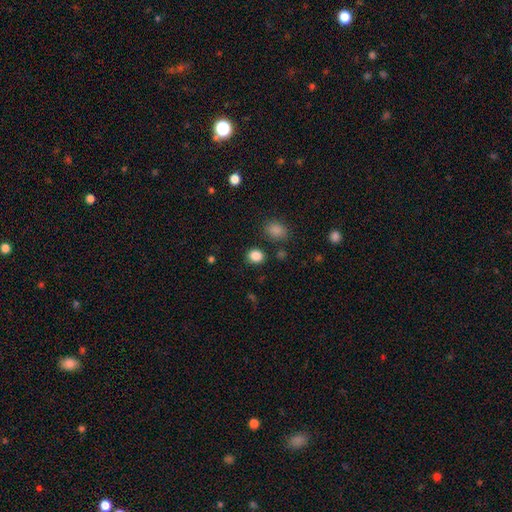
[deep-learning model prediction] Smooth or featured?
  - smooth: 85% *
  - star or artifact: 11%
  - featured or disk: 4%
How rounded?
  - round: 63% *
  - in between: 36%
  - cigar-shaped: 1%
Merging?
  - none: 84% *
  - minor disturbance: 9%
  - merger: 4%
  - major disturbance: 3%